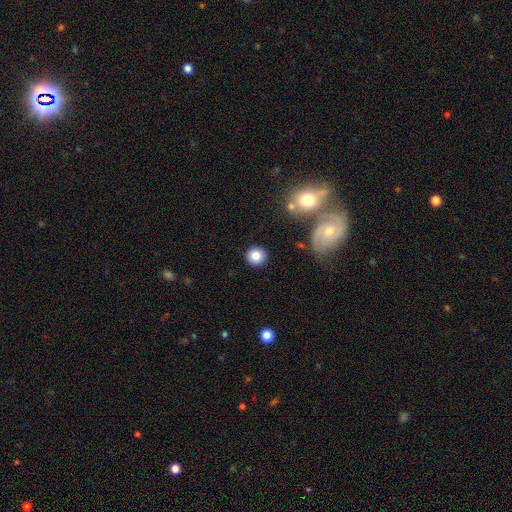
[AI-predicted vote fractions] Smooth or featured?
  - smooth: 83% *
  - star or artifact: 10%
  - featured or disk: 8%
How rounded?
  - round: 92% *
  - in between: 7%
  - cigar-shaped: 1%
Merging?
  - none: 89% *
  - minor disturbance: 7%
  - major disturbance: 3%
  - merger: 2%